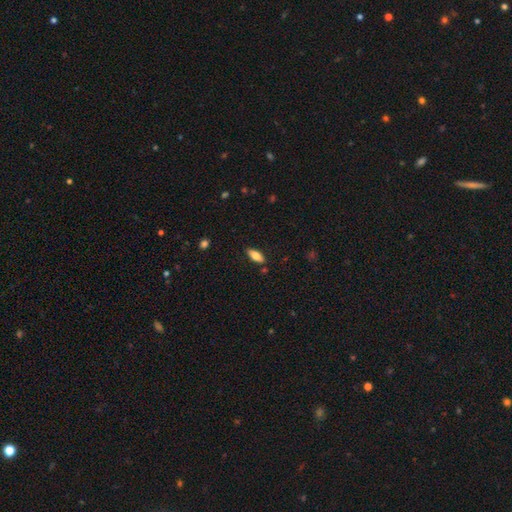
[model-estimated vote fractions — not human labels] smooth-or-featured: smooth: 72% | featured or disk: 21% | star or artifact: 7%
  how-rounded: in between: 79% | cigar-shaped: 19% | round: 2%
  merging: none: 85% | minor disturbance: 11% | major disturbance: 2% | merger: 2%